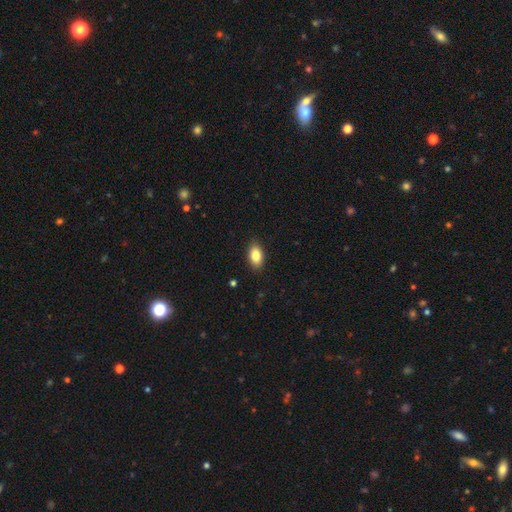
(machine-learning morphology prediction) smooth 84%, featured or disk 8%, star or artifact 8%. Down the decision tree: how rounded — in between (91%); merging — none (88%).